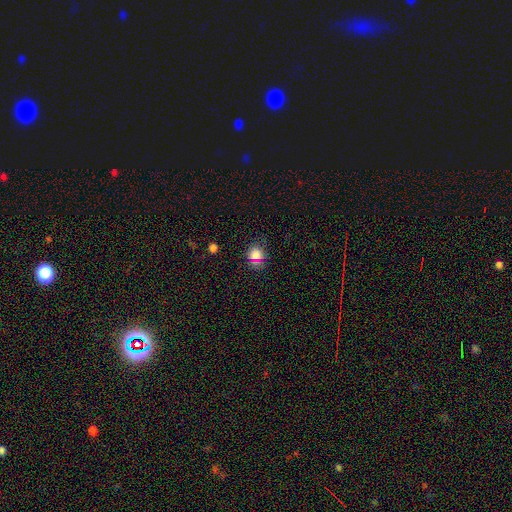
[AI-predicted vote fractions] smooth-or-featured: smooth: 73% | star or artifact: 22% | featured or disk: 5%
  how-rounded: round: 80% | in between: 18% | cigar-shaped: 1%
  merging: none: 84% | minor disturbance: 10% | major disturbance: 3% | merger: 2%